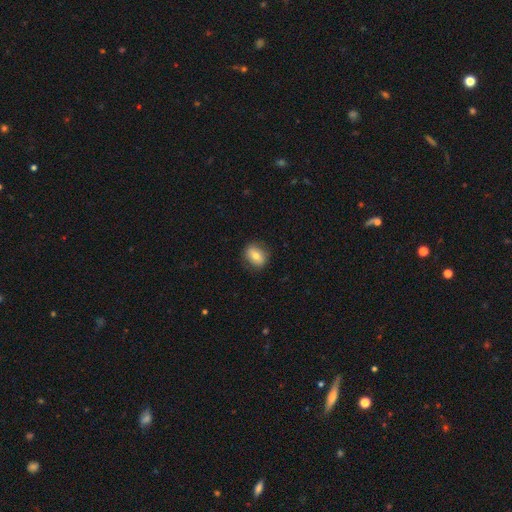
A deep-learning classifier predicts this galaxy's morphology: Smooth or featured? smooth (70%)
How rounded? in between (53%)
Merging? none (84%)